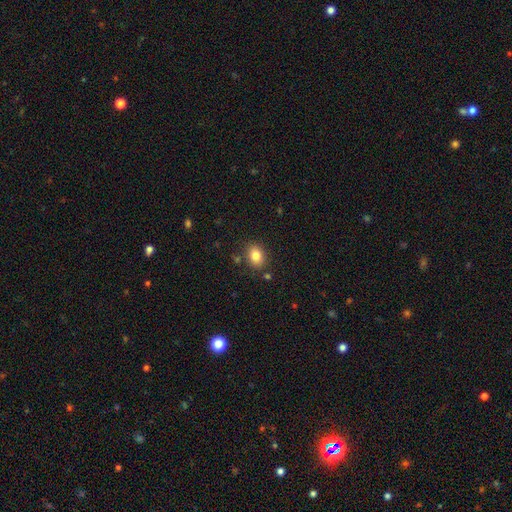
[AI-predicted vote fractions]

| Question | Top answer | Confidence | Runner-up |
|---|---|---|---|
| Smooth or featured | smooth | 83% | star or artifact (10%) |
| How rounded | in between | 58% | round (41%) |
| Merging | none | 83% | minor disturbance (10%) |